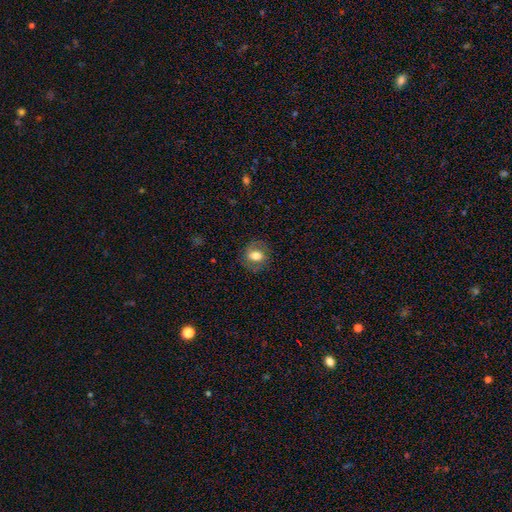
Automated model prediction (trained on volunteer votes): This is possibly a smooth galaxy (60%). How rounded: possibly round (52%). Merging: likely none (77%).